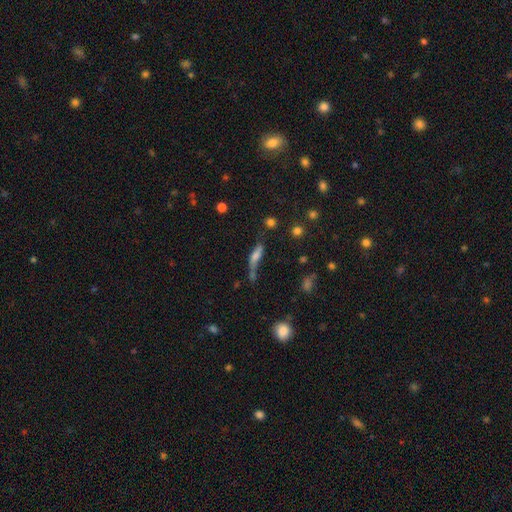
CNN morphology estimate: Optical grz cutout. It shows a smooth galaxy with no disk features (58%) that is cigar-shaped (59%). Merging: none (34%).